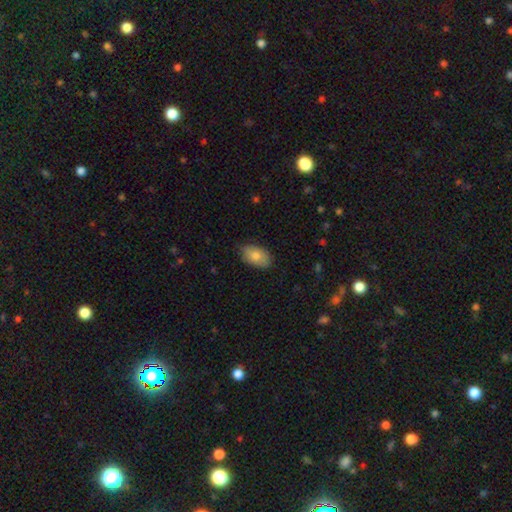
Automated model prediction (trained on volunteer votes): A smooth galaxy with no disk features (80%) that is in between round and cigar-shaped (92%).

Vote fractions:
- Smooth or featured? smooth: 80% / featured or disk: 14% / star or artifact: 6%
- How rounded? in between: 92% / round: 7% / cigar-shaped: 1%
- Merging? none: 82% / minor disturbance: 15% / major disturbance: 2% / merger: 1%